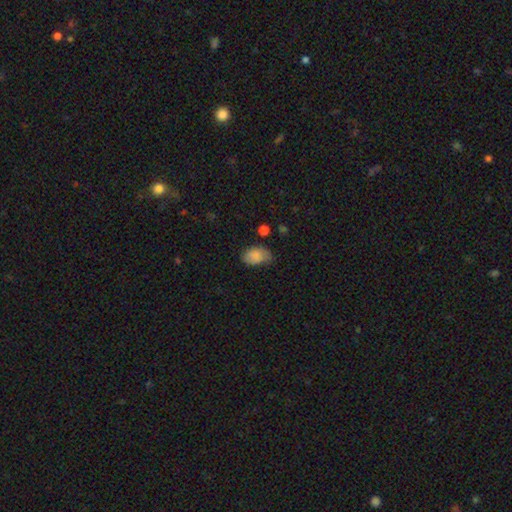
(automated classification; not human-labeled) Smooth or featured? smooth (81%)
How rounded? in between (88%)
Merging? none (53%)